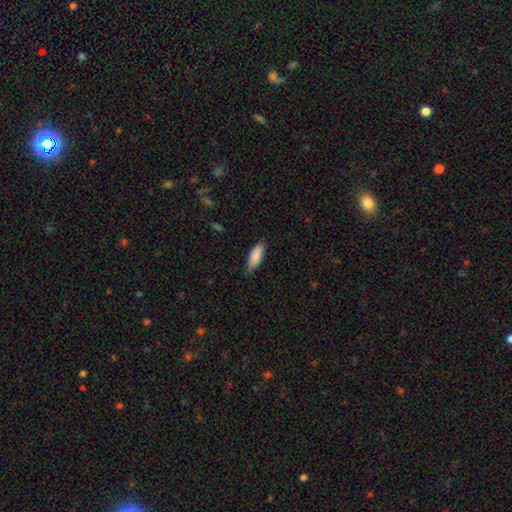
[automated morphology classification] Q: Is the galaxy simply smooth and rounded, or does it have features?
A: smooth — 87%.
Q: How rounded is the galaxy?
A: in between — 71%.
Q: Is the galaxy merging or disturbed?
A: none — 73%.